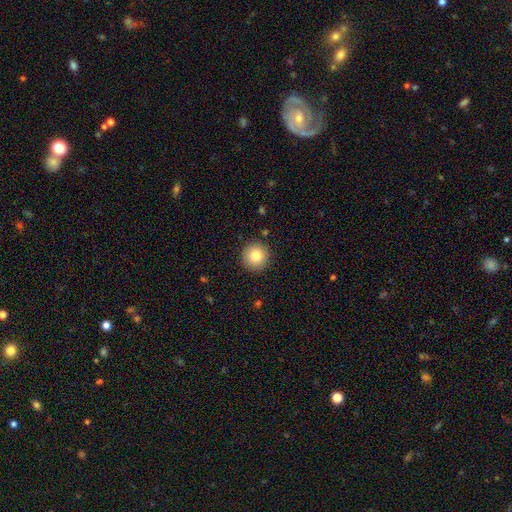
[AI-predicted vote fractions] Overall: smooth (82%). How rounded: round (96%). Merging: none (91%).